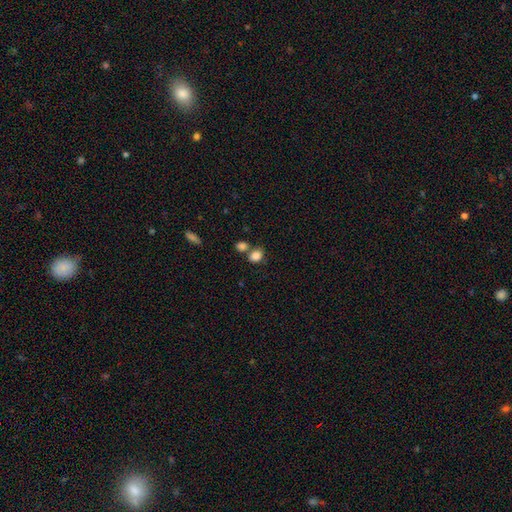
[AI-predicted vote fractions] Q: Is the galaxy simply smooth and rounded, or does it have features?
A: smooth — 84%.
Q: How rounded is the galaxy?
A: round — 54%.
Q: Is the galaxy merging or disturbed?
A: none — 56%.